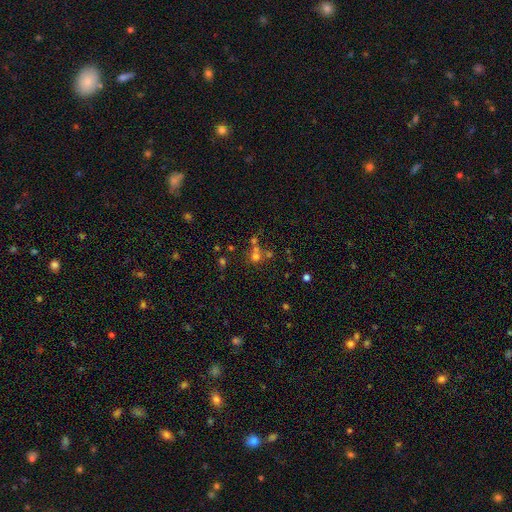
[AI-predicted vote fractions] Morphology: type=smooth (56%); roundness=round (84%); merging=none (47%).